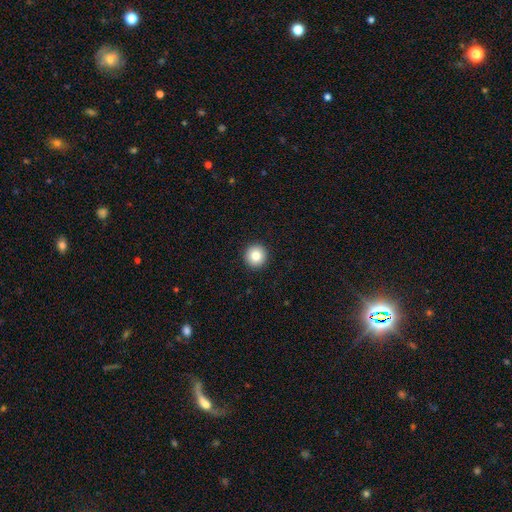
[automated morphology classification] This appears to be a smooth galaxy with no disk features (84%) that is round (96%). Merging: none (93%).